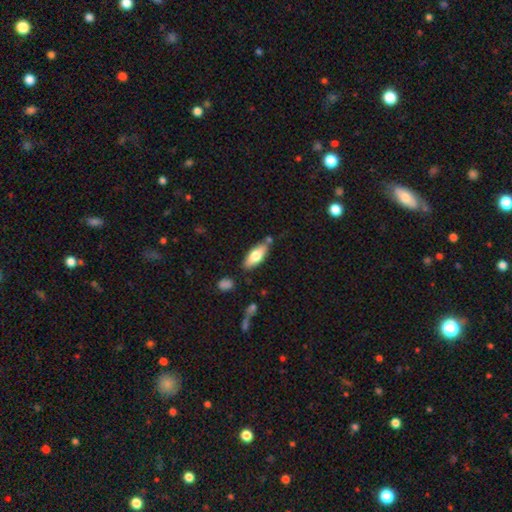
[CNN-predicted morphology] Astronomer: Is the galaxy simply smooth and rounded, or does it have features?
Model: smooth — 69%.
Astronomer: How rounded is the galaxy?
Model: in between — 74%.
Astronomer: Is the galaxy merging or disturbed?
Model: none — 74%.